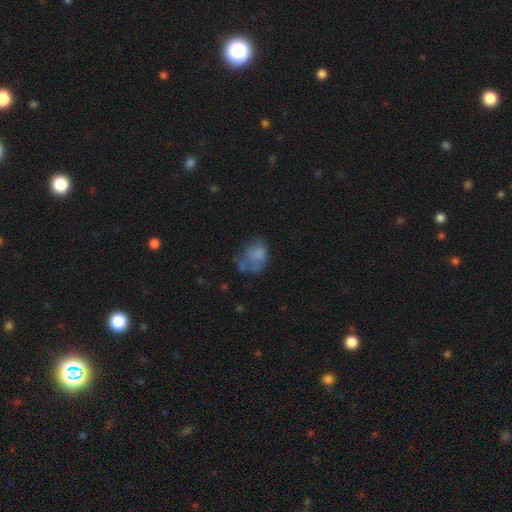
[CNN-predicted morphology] smooth-or-featured: smooth: 60% | featured or disk: 28% | star or artifact: 13%
  how-rounded: in between: 62% | round: 36% | cigar-shaped: 1%
  merging: none: 37% | major disturbance: 27% | minor disturbance: 26% | merger: 10%